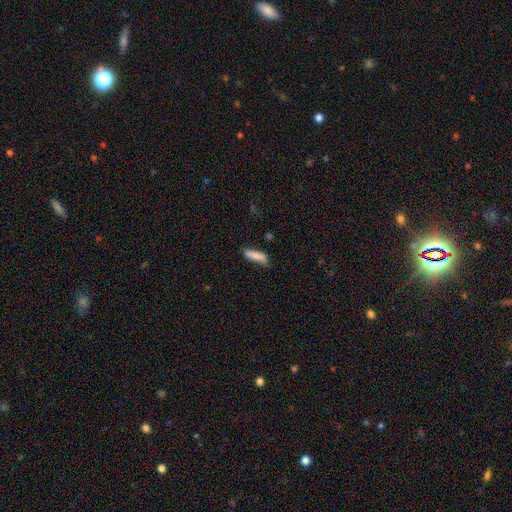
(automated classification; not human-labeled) The model was most divided on "how rounded": cigar-shaped: 67%, in between: 31%, round: 2%. More confident: smooth or featured — smooth (84%); merging — none (66%).